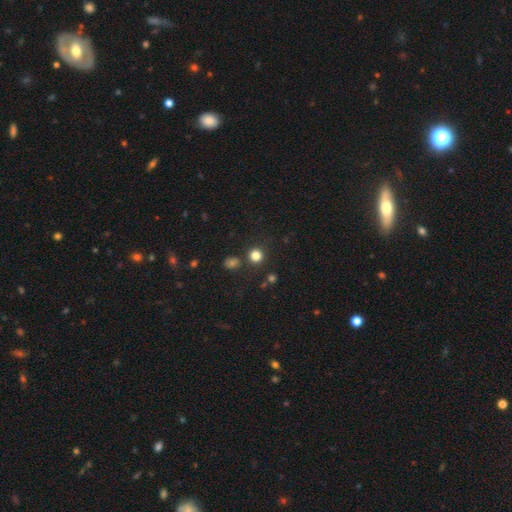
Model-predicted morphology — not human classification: A smooth galaxy with no disk features (80%) that is round (92%).

Vote fractions:
- Smooth or featured? smooth: 80% / star or artifact: 15% / featured or disk: 5%
- How rounded? round: 92% / in between: 7% / cigar-shaped: 1%
- Merging? none: 83% / minor disturbance: 7% / merger: 6% / major disturbance: 3%